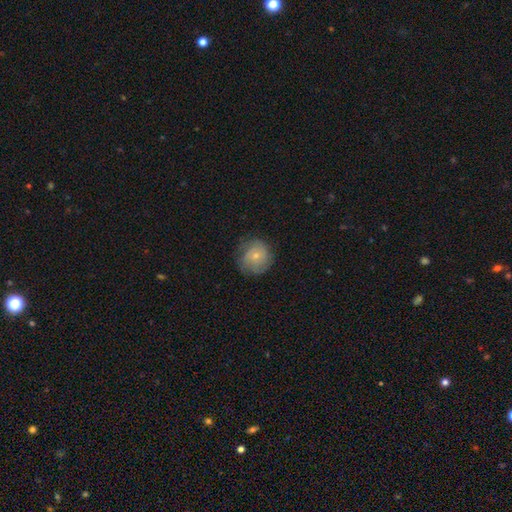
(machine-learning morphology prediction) smooth 62%, featured or disk 31%, star or artifact 8%. Down the decision tree: how rounded — round (89%); merging — none (72%).